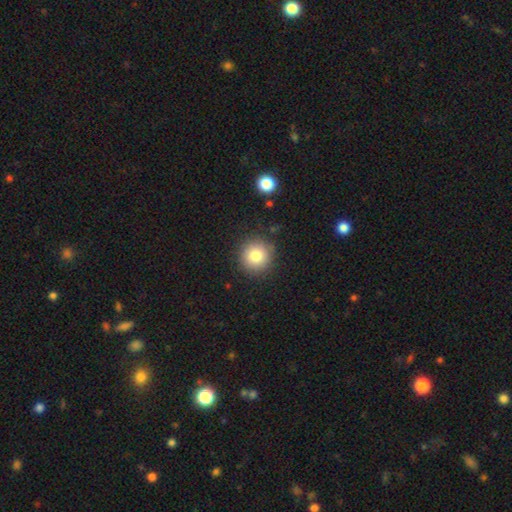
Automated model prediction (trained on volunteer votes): Q: Smooth or featured?
A: smooth (81%); runner-up: star or artifact (11%)
Q: How rounded?
A: round (93%); runner-up: in between (6%)
Q: Merging?
A: none (88%); runner-up: minor disturbance (8%)